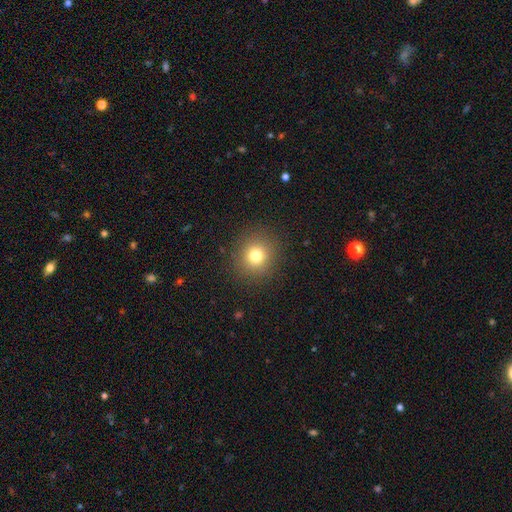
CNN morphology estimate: Q: Smooth or featured?
A: smooth (76%); runner-up: star or artifact (15%)
Q: How rounded?
A: round (89%); runner-up: in between (10%)
Q: Merging?
A: none (89%); runner-up: minor disturbance (7%)